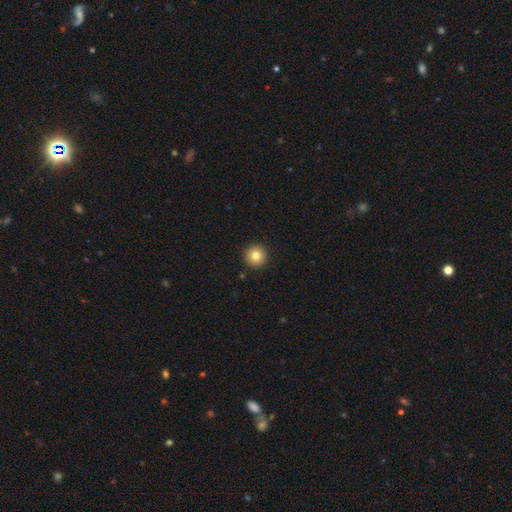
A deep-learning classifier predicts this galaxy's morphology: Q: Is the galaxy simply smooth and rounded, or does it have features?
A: smooth — 81%.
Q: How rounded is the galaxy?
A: round — 96%.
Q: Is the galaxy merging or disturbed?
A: none — 93%.